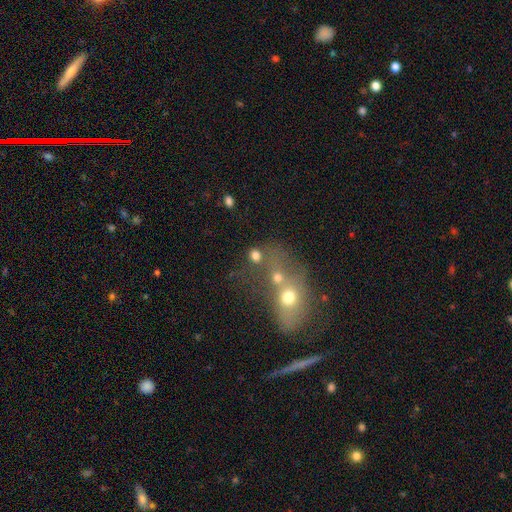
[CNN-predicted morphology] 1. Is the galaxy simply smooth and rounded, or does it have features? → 68% smooth, 18% star or artifact, 14% featured or disk.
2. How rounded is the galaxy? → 71% round, 27% in between, 2% cigar-shaped.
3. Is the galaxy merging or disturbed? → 45% merger, 39% none, 9% minor disturbance, 8% major disturbance.